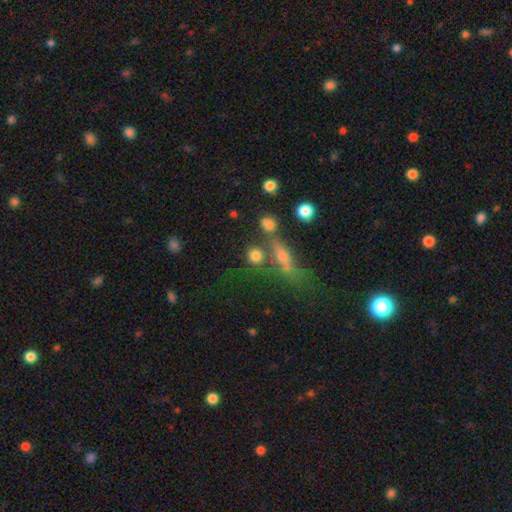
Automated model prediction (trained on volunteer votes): Morphology: type=smooth (77%); roundness=round (79%); merging=none (66%).